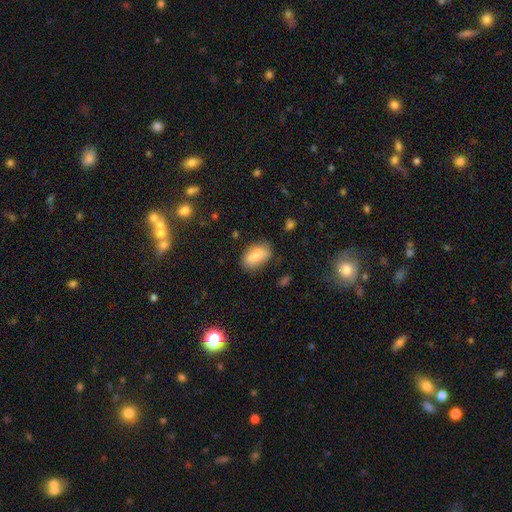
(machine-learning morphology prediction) smooth_or_featured: smooth (p=0.77) [alt: featured or disk p=0.15]
how_rounded: in between (p=0.91) [alt: round p=0.07]
merging: none (p=0.77) [alt: minor disturbance p=0.18]